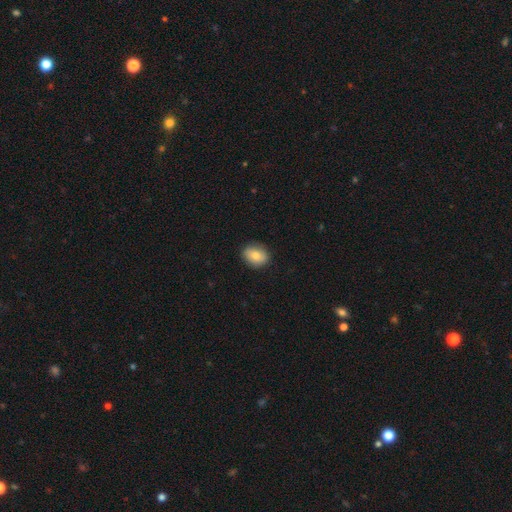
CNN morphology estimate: Q: Smooth or featured?
A: smooth (79%); runner-up: featured or disk (13%)
Q: How rounded?
A: in between (59%); runner-up: round (39%)
Q: Merging?
A: none (87%); runner-up: minor disturbance (10%)